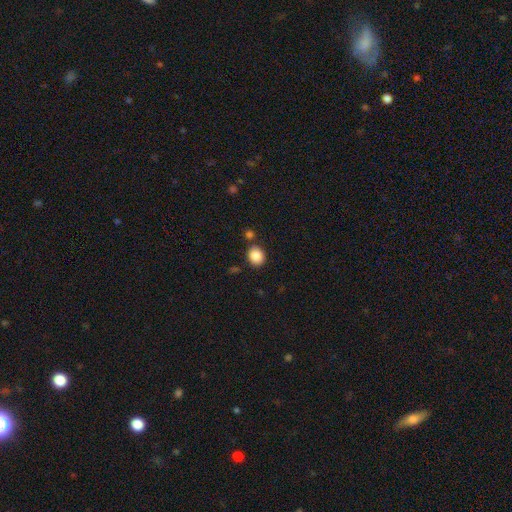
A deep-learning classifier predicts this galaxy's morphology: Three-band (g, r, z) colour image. It shows a smooth galaxy with no disk features (86%) that is round (71%). Merging: none (80%).